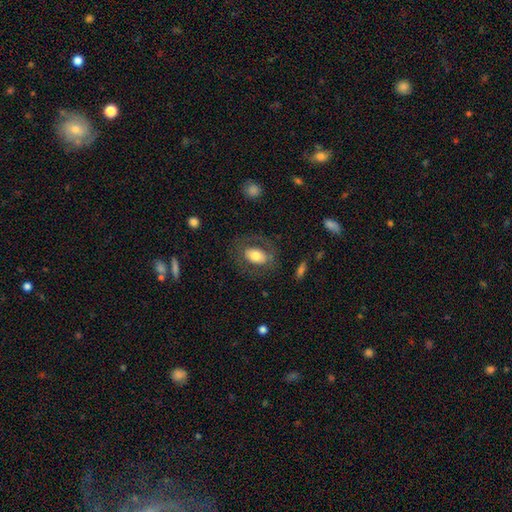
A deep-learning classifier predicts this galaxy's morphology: Smooth or featured?
  - smooth: 60% *
  - featured or disk: 33%
  - star or artifact: 7%
How rounded?
  - in between: 81% *
  - round: 17%
  - cigar-shaped: 2%
Merging?
  - none: 71% *
  - minor disturbance: 14%
  - major disturbance: 13%
  - merger: 2%